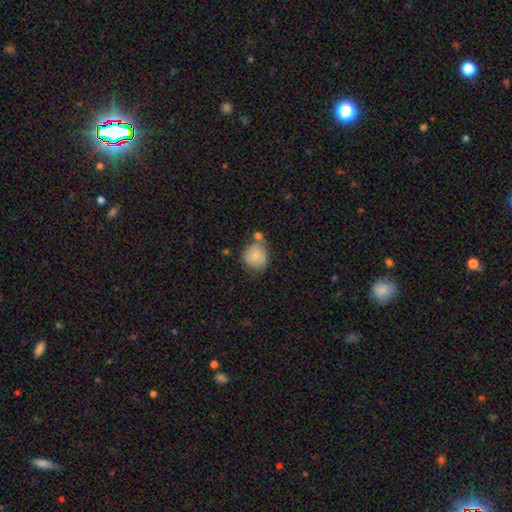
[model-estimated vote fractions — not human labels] The model was most divided on "merging": none: 55%, merger: 21%, minor disturbance: 19%, major disturbance: 5%. More confident: how rounded — round (86%); smooth or featured — smooth (73%).